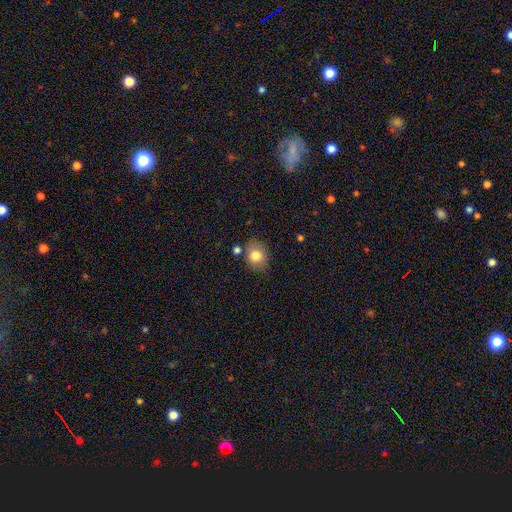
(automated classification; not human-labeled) This is likely a smooth galaxy (79%). How rounded: possibly round (55%). Merging: likely none (73%).